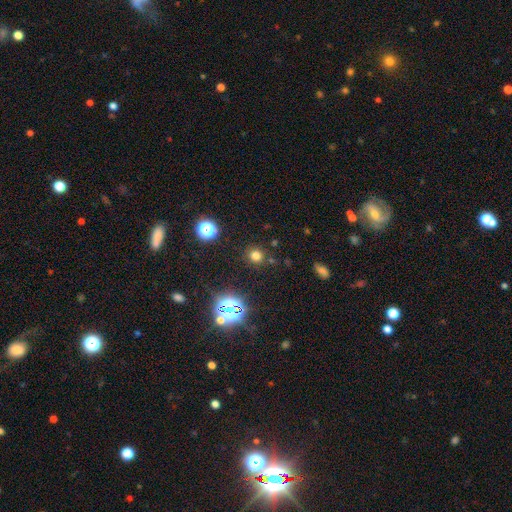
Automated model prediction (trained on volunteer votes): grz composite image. It shows a smooth galaxy with no disk features (72%) that is round (91%). Merging: none (87%).